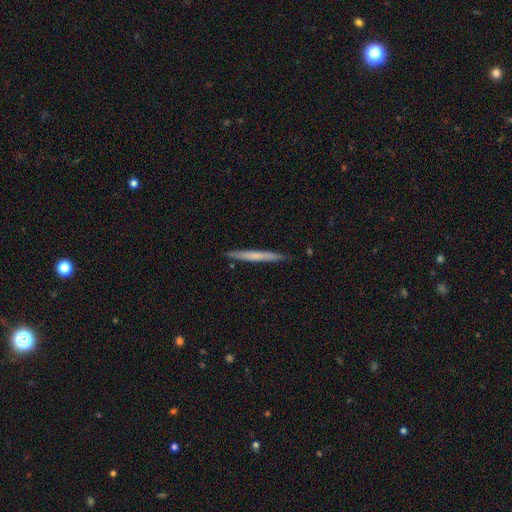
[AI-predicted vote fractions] A smooth galaxy with no disk features (56%) that is cigar-shaped (97%).

Vote fractions:
- Smooth or featured? smooth: 56% / featured or disk: 39% / star or artifact: 6%
- How rounded? cigar-shaped: 97% / in between: 2% / round: 1%
- Merging? none: 88% / minor disturbance: 9% / major disturbance: 1% / merger: 1%